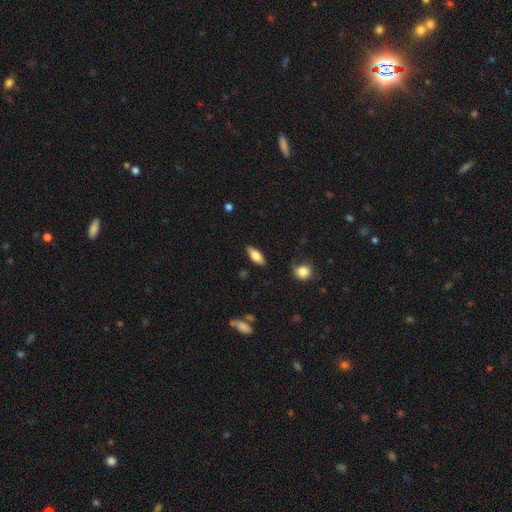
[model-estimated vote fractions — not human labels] Morphology: type=smooth (75%); roundness=in between (77%); merging=none (85%).